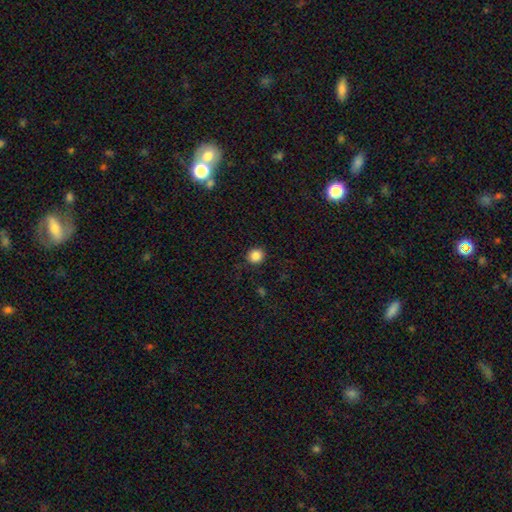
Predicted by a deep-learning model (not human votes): Smooth or featured?
  - smooth: 86% *
  - star or artifact: 11%
  - featured or disk: 4%
How rounded?
  - round: 92% *
  - in between: 7%
  - cigar-shaped: 1%
Merging?
  - none: 91% *
  - minor disturbance: 6%
  - major disturbance: 2%
  - merger: 1%